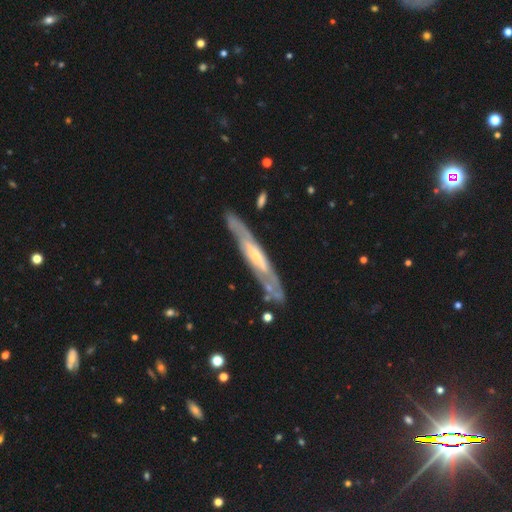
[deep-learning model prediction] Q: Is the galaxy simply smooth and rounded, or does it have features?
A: featured or disk — 76%.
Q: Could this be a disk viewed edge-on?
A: yes — 66%.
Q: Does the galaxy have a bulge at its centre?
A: rounded — 51%.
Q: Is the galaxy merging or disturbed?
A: none — 80%.